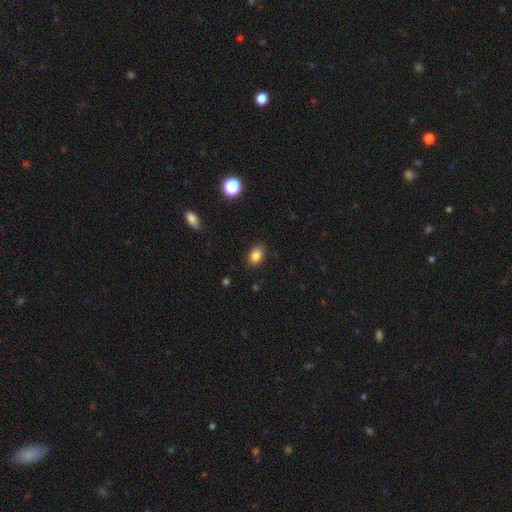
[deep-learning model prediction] The model was most divided on "how rounded": in between: 78%, round: 21%, cigar-shaped: 1%. More confident: smooth or featured — smooth (85%); merging — none (84%).